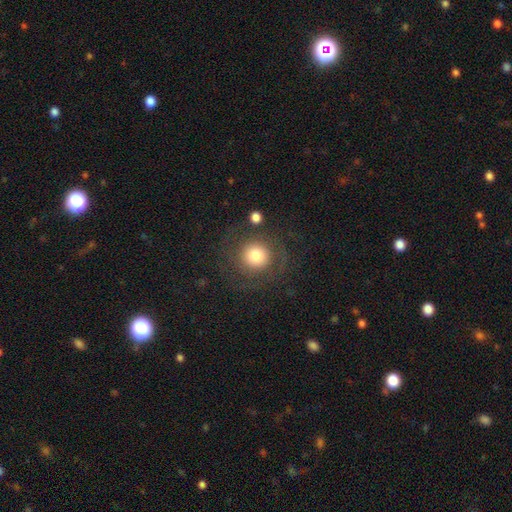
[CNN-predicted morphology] A smooth galaxy with no disk features (67%) that is round (92%). Merging: none (74%).